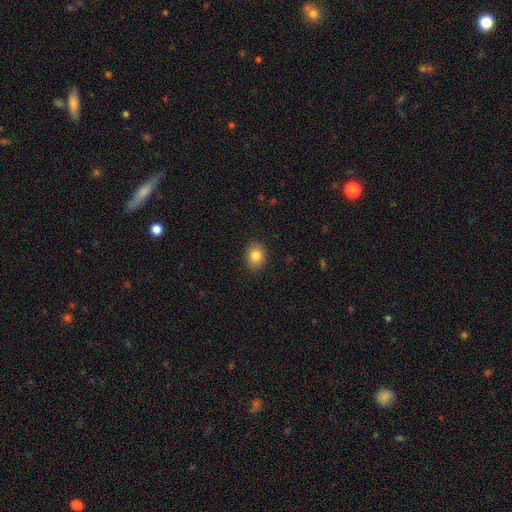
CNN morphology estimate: Smooth or featured?
  - smooth: 84% *
  - star or artifact: 9%
  - featured or disk: 7%
How rounded?
  - in between: 57% *
  - round: 42%
  - cigar-shaped: 1%
Merging?
  - none: 88% *
  - minor disturbance: 9%
  - major disturbance: 2%
  - merger: 1%